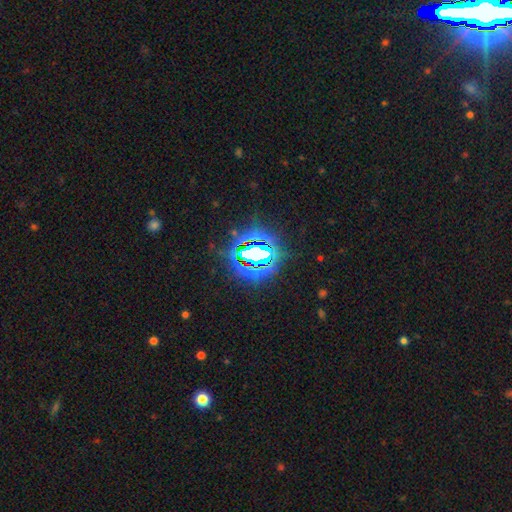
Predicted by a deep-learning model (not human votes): A star or artifact, not a galaxy (78%).